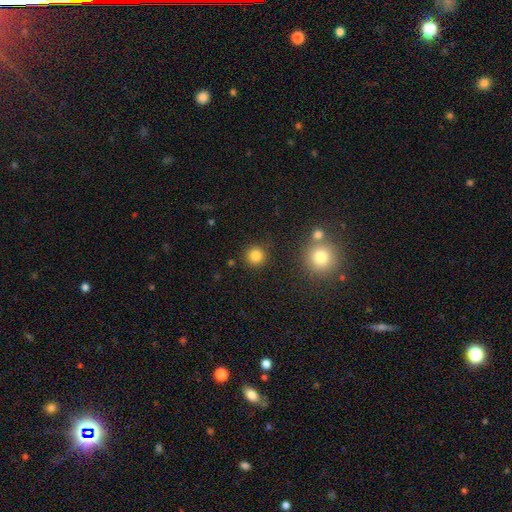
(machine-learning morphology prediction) Q: Smooth or featured?
A: smooth (83%); runner-up: star or artifact (12%)
Q: How rounded?
A: round (94%); runner-up: in between (5%)
Q: Merging?
A: none (88%); runner-up: minor disturbance (6%)